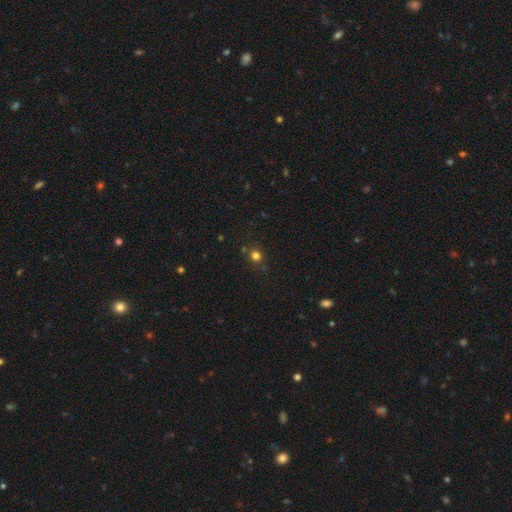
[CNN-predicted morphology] type=smooth (76%); roundness=round (87%); merging=none (80%).